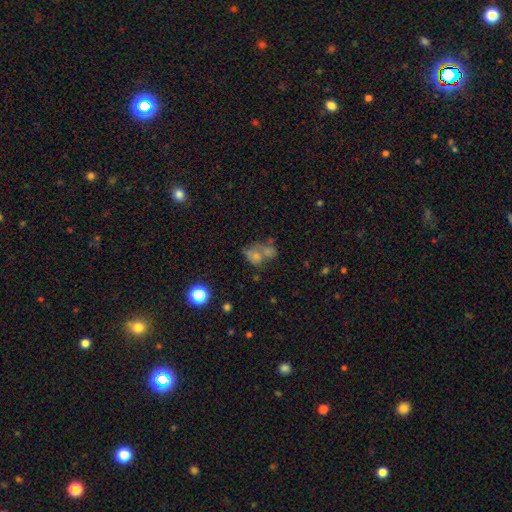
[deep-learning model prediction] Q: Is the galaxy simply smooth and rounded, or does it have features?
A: smooth — 49%.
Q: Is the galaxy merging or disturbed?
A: merger — 44%.